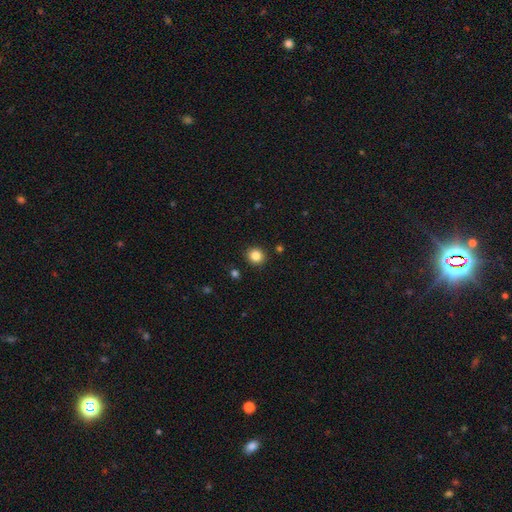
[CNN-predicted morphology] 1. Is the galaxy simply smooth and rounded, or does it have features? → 84% smooth, 11% star or artifact, 5% featured or disk.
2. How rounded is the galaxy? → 89% round, 10% in between, 1% cigar-shaped.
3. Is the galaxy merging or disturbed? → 92% none, 5% minor disturbance, 2% major disturbance, 2% merger.